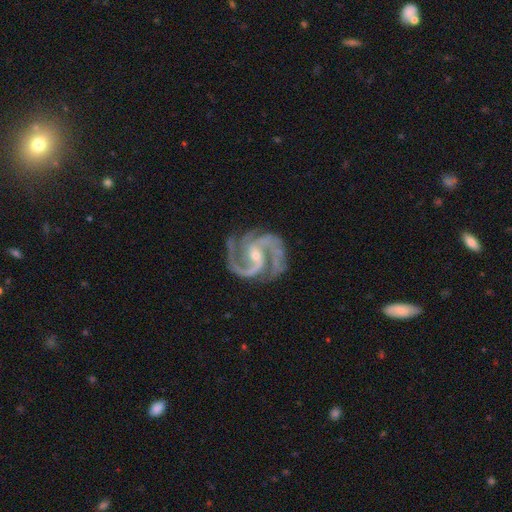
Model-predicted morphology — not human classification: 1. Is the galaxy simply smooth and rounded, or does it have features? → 94% featured or disk, 4% star or artifact, 2% smooth.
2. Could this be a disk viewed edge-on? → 98% no, 2% yes.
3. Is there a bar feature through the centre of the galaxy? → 39% weak, 37% no, 23% strong.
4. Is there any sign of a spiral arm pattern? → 99% yes, 1% no.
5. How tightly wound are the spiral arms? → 63% medium, 27% tight, 10% loose.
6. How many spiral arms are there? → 56% 2, 30% 3, 4% 4, 4% can't tell, 3% 1, 3% more than 4.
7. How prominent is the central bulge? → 66% small, 30% moderate, 2% none, 1% large, 1% dominant.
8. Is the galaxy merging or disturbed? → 74% none, 17% minor disturbance, 7% major disturbance, 2% merger.